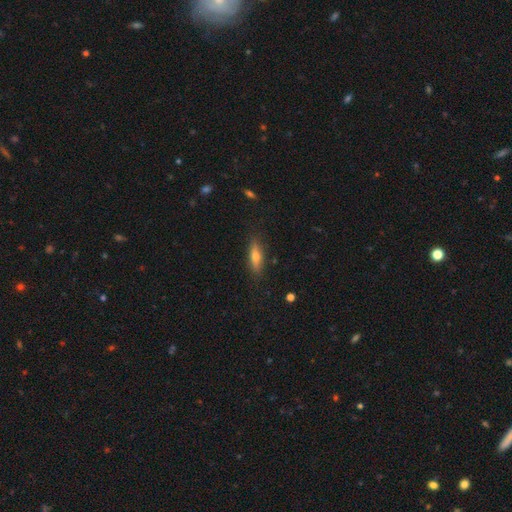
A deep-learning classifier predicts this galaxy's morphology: This is possibly a smooth galaxy (53%). How rounded: likely cigar-shaped (61%). Merging: clearly none (85%).